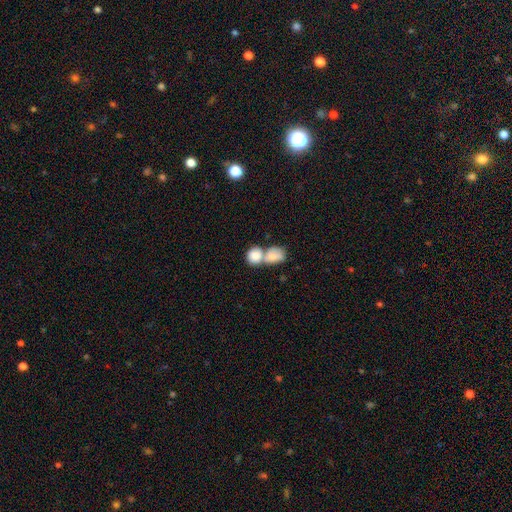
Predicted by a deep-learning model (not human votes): A smooth galaxy with no disk features (83%) that is round (56%).

Vote fractions:
- Smooth or featured? smooth: 83% / featured or disk: 11% / star or artifact: 7%
- How rounded? round: 56% / in between: 43% / cigar-shaped: 2%
- Merging? merger: 71% / none: 20% / minor disturbance: 6% / major disturbance: 3%